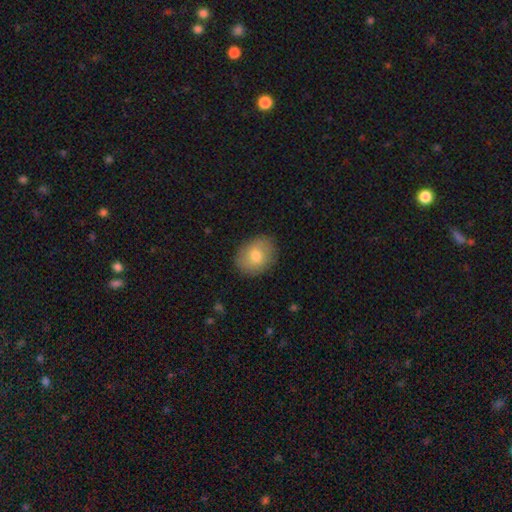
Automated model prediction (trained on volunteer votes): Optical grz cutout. It shows a smooth galaxy with no disk features (75%) that is in between round and cigar-shaped (58%). Merging: none (86%).